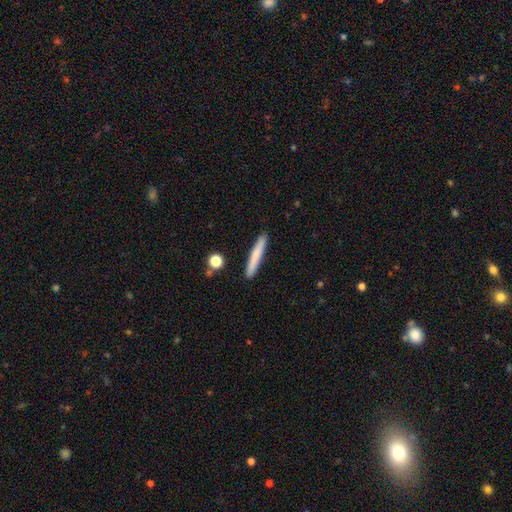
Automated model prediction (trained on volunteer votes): smooth 74%, featured or disk 19%, star or artifact 6%. Down the decision tree: how rounded — cigar-shaped (95%); merging — none (90%).